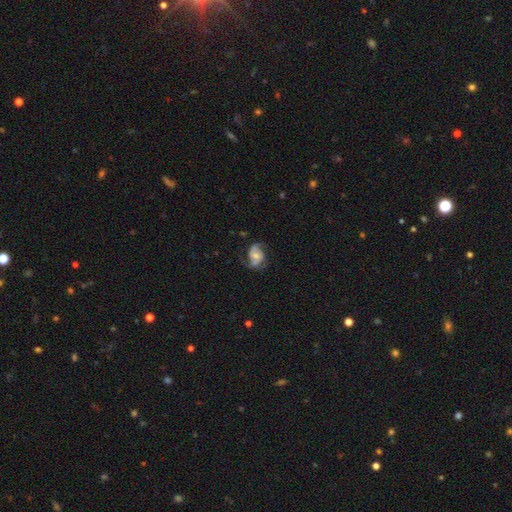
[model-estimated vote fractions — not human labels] Smooth or featured: featured or disk — 73% (smooth — 20%)
Edge-on disk: no — 97% (yes — 3%)
Bar: no — 53% (weak — 35%)
Spiral arms: yes — 92% (no — 8%)
Spiral winding: medium — 48% (loose — 30%)
Spiral arm count: 2 — 84% (can't tell — 6%)
Bulge size: small — 48% (moderate — 40%)
Merging: none — 62% (minor disturbance — 21%)